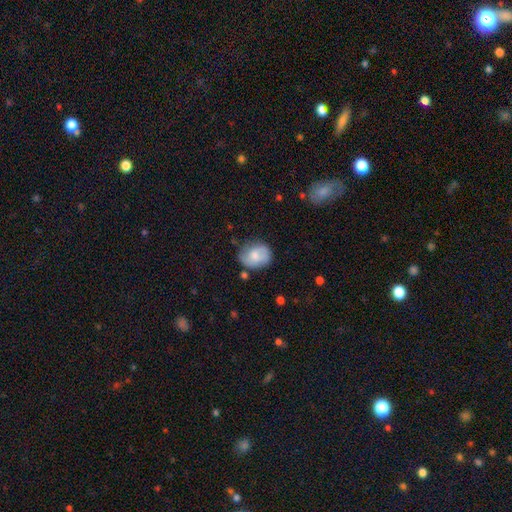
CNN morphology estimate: Smooth or featured? smooth (65%)
How rounded? in between (50%)
Merging? none (64%)